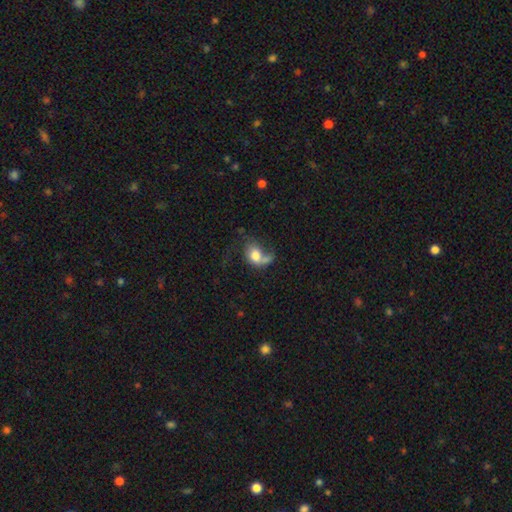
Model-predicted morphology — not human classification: smooth_or_featured: smooth (p=0.63) [alt: featured or disk p=0.28]
how_rounded: in between (p=0.65) [alt: round p=0.33]
merging: major disturbance (p=0.31) [alt: merger p=0.28]